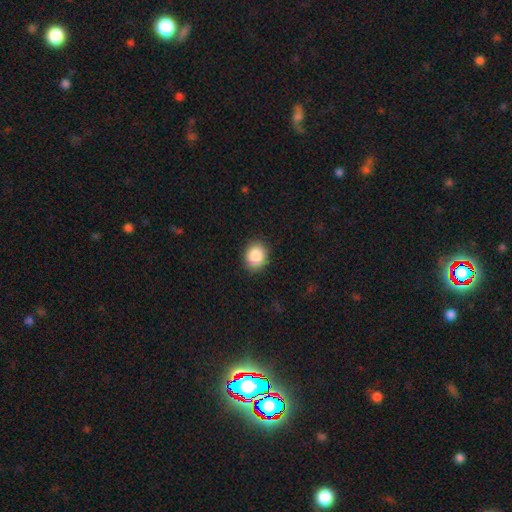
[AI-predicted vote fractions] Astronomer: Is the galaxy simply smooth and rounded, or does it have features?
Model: smooth — 87%.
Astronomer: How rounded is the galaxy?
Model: round — 60% (runner-up: in between, 39%).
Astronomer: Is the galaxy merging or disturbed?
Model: none — 89%.